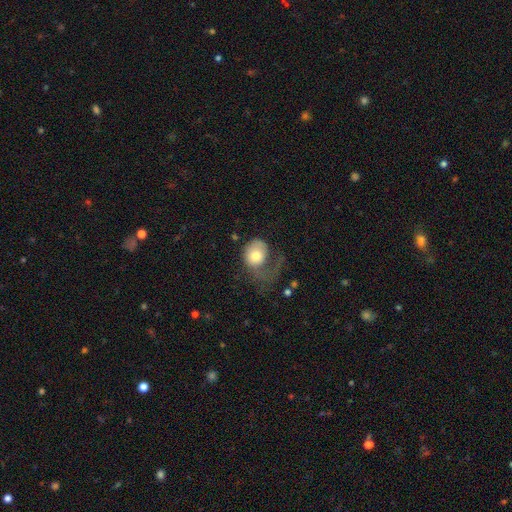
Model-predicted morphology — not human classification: Smooth or featured? smooth (66%)
How rounded? round (58%)
Merging? major disturbance (62%)